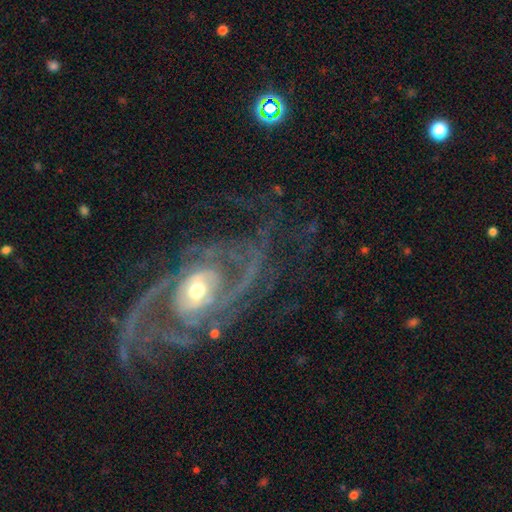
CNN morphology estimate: Smooth or featured?
  - featured or disk: 90% *
  - star or artifact: 6%
  - smooth: 3%
Edge-on disk?
  - no: 97% *
  - yes: 3%
Bar?
  - no: 55% *
  - weak: 28%
  - strong: 17%
Spiral arms?
  - yes: 97% *
  - no: 3%
Spiral winding?
  - medium: 45% *
  - tight: 40%
  - loose: 15%
Spiral arm count?
  - 2: 40% *
  - 3: 20%
  - can't tell: 15%
  - 4: 10%
  - more than 4: 8%
  - 1: 7%
Bulge size?
  - moderate: 58% *
  - small: 34%
  - large: 6%
  - dominant: 1%
  - none: 1%
Merging?
  - none: 63% *
  - major disturbance: 19%
  - minor disturbance: 16%
  - merger: 2%